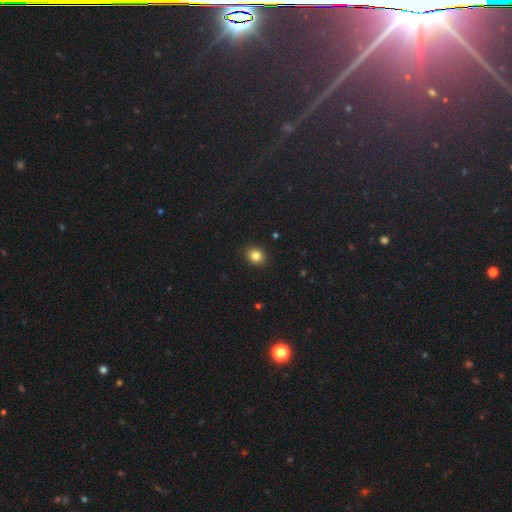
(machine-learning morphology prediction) smooth_or_featured: smooth (p=0.82) [alt: star or artifact p=0.12]
how_rounded: round (p=0.76) [alt: in between p=0.23]
merging: none (p=0.91) [alt: minor disturbance p=0.07]